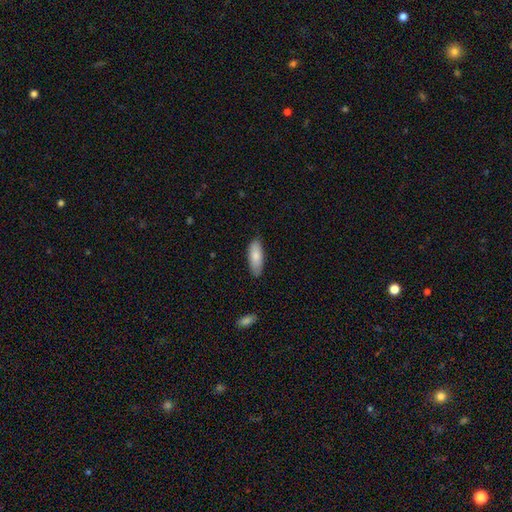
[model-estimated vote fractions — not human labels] Smooth or featured?
  - smooth: 82% *
  - featured or disk: 13%
  - star or artifact: 6%
How rounded?
  - in between: 73% *
  - cigar-shaped: 25%
  - round: 2%
Merging?
  - none: 82% *
  - minor disturbance: 14%
  - major disturbance: 2%
  - merger: 1%